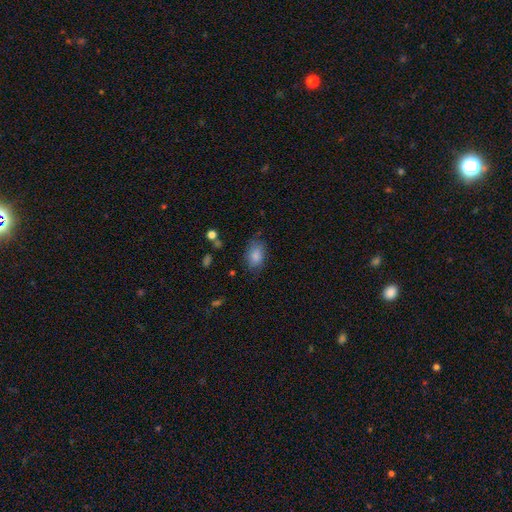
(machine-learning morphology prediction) type=smooth (84%); roundness=in between (86%); merging=none (70%).